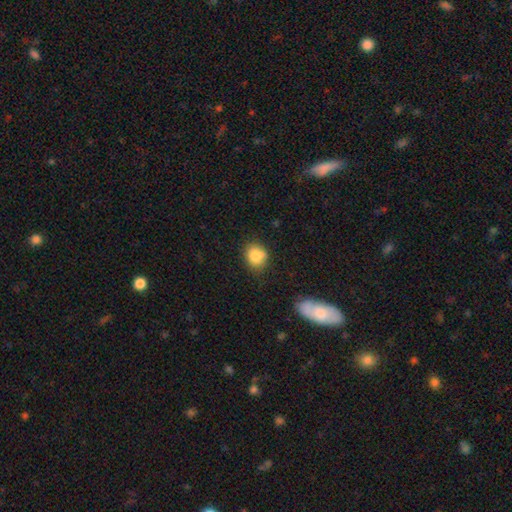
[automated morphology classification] This appears to be a smooth galaxy with no disk features (83%) that is round (69%). Merging: none (74%).